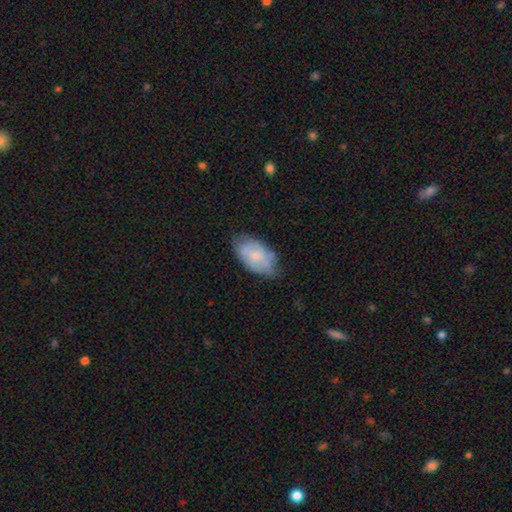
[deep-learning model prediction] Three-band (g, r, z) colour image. It shows a smooth galaxy with no disk features (54%) that is in between round and cigar-shaped (93%). Merging: none (61%).